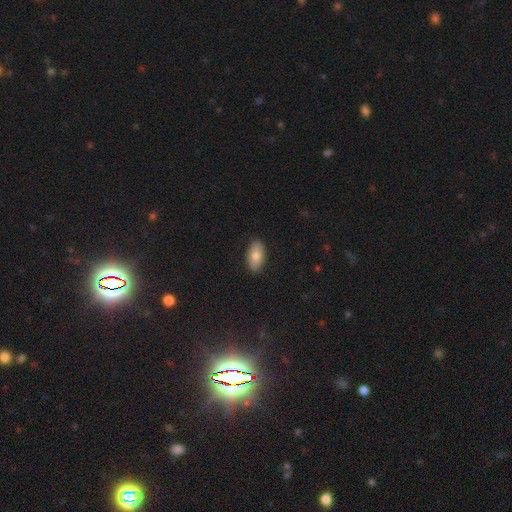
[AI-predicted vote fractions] smooth 77%, featured or disk 16%, star or artifact 7%. Down the decision tree: how rounded — in between (93%); merging — none (88%).